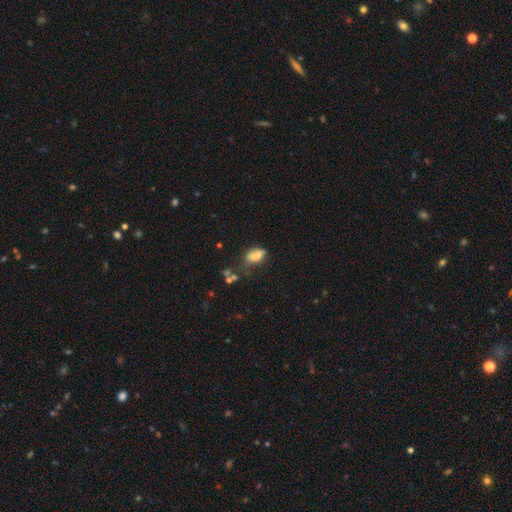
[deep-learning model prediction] A smooth galaxy with no disk features (78%) that is in between round and cigar-shaped (86%).

Vote fractions:
- Smooth or featured? smooth: 78% / featured or disk: 12% / star or artifact: 10%
- How rounded? in between: 86% / cigar-shaped: 8% / round: 6%
- Merging? none: 45% / minor disturbance: 32% / major disturbance: 16% / merger: 7%